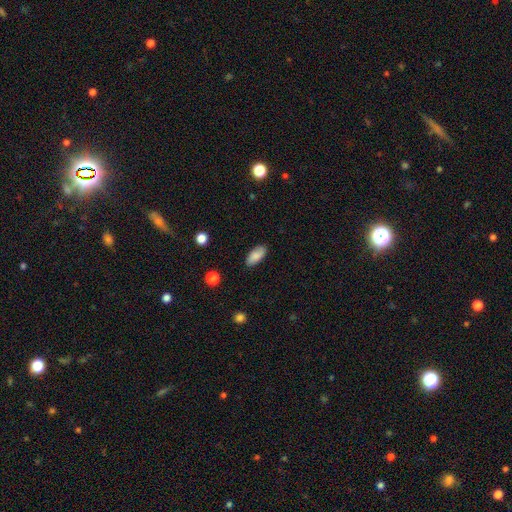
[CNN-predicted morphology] smooth-or-featured: smooth: 84% | featured or disk: 9% | star or artifact: 7%
  how-rounded: in between: 90% | cigar-shaped: 7% | round: 3%
  merging: none: 86% | minor disturbance: 10% | major disturbance: 2% | merger: 1%